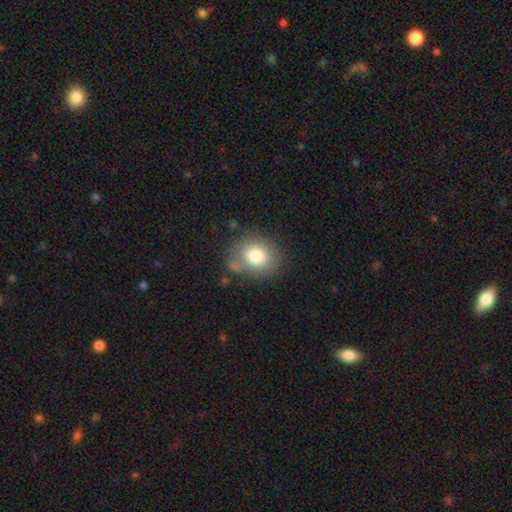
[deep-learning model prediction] smooth_or_featured: smooth (p=0.77) [alt: featured or disk p=0.14]
how_rounded: round (p=0.62) [alt: in between p=0.37]
merging: none (p=0.69) [alt: minor disturbance p=0.18]